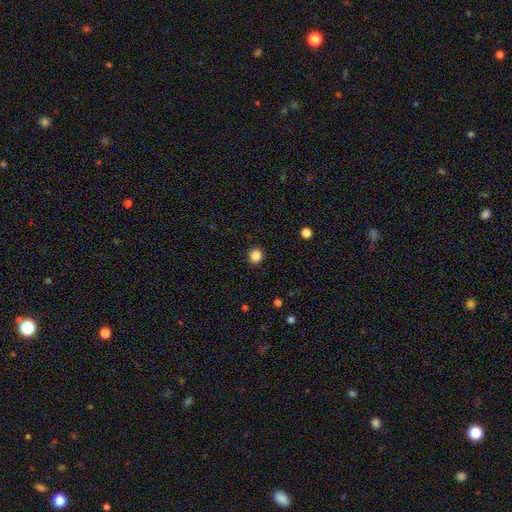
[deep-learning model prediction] This is clearly a smooth galaxy (86%). How rounded: clearly round (91%). Merging: clearly none (92%).